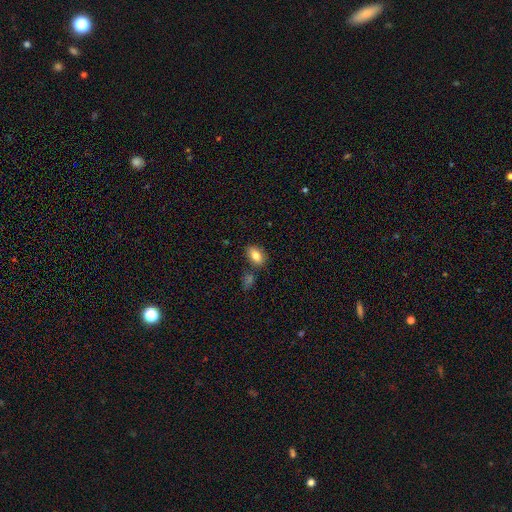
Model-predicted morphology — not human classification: type=smooth (83%); roundness=in between (89%); merging=none (77%).